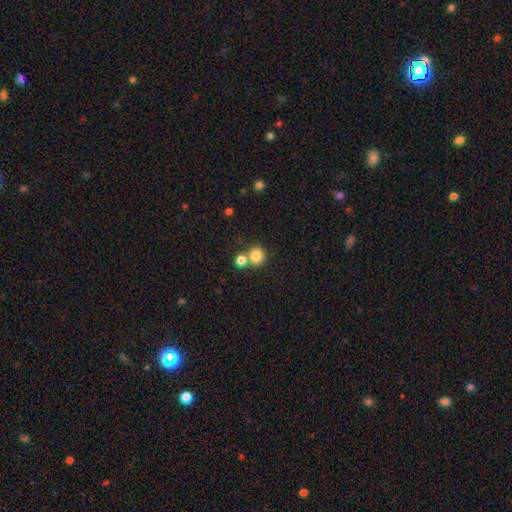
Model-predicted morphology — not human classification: This is clearly a smooth galaxy (83%). How rounded: clearly round (90%). Merging: likely none (61%).